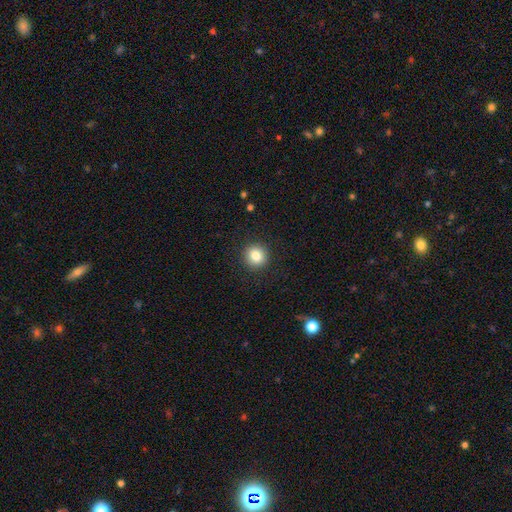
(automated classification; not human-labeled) Morphology: type=smooth (83%); roundness=round (92%); merging=none (92%).